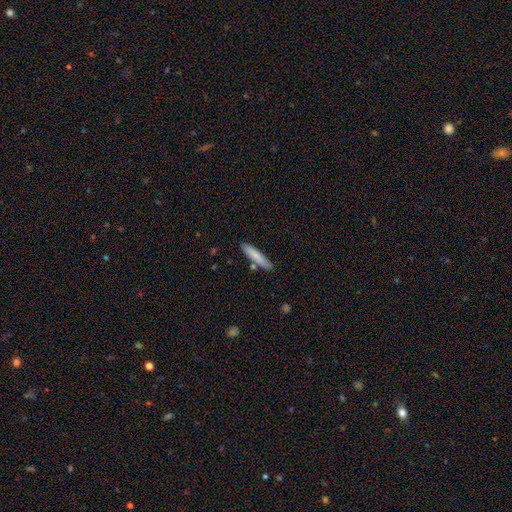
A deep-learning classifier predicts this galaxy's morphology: Overall: smooth (79%). How rounded: cigar-shaped (88%). Merging: none (82%).